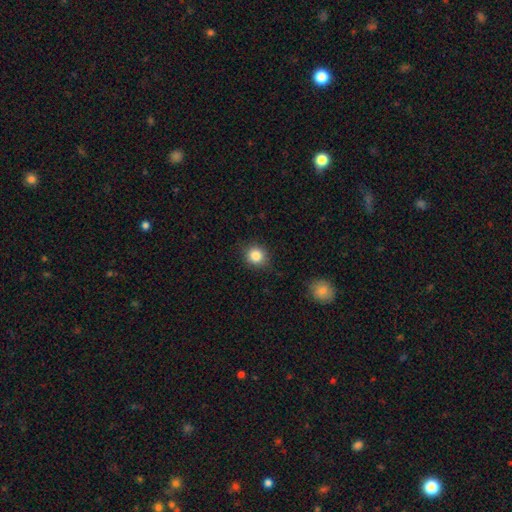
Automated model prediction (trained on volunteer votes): smooth-or-featured: smooth: 85% | star or artifact: 10% | featured or disk: 5%
  how-rounded: round: 85% | in between: 14% | cigar-shaped: 1%
  merging: none: 86% | minor disturbance: 10% | major disturbance: 3% | merger: 1%